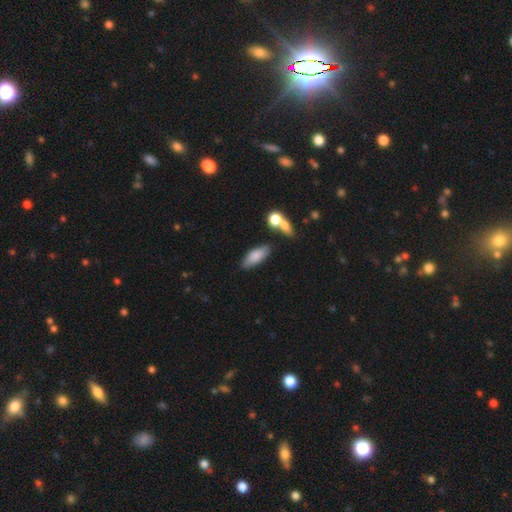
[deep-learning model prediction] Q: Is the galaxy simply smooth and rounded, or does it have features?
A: smooth — 80%.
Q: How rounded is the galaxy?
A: in between — 76%.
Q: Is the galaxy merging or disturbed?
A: none — 72%.